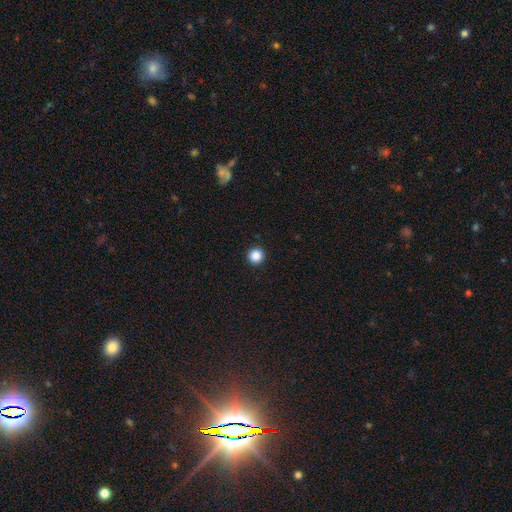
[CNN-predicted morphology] smooth_or_featured: smooth (p=0.87) [alt: star or artifact p=0.10]
how_rounded: round (p=0.96) [alt: in between p=0.03]
merging: none (p=0.94) [alt: minor disturbance p=0.04]